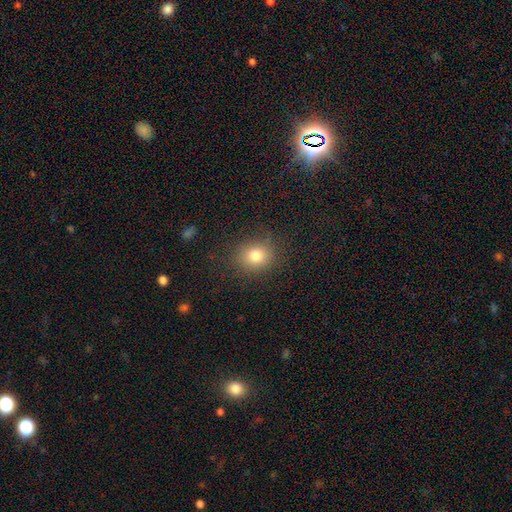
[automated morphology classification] This appears to be a smooth galaxy with no disk features (79%) that is round (72%). Merging: none (83%).